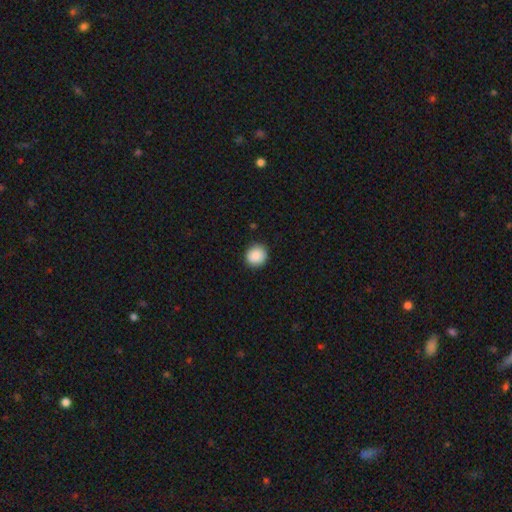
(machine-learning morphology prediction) smooth-or-featured: smooth: 89% | star or artifact: 8% | featured or disk: 3%
  how-rounded: round: 87% | in between: 12% | cigar-shaped: 1%
  merging: none: 89% | minor disturbance: 8% | major disturbance: 2% | merger: 1%